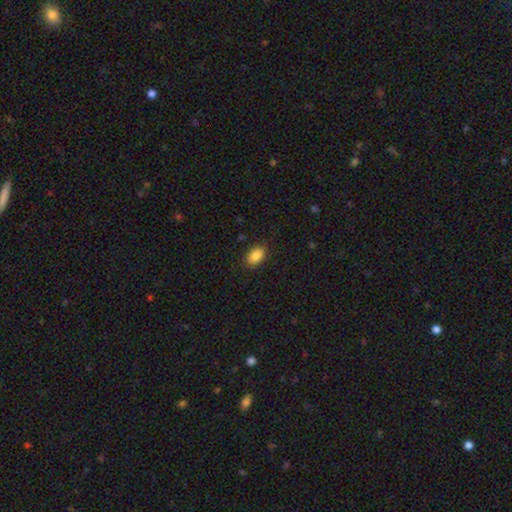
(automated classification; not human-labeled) smooth 87%, star or artifact 8%, featured or disk 5%. Down the decision tree: how rounded — in between (89%); merging — none (85%).